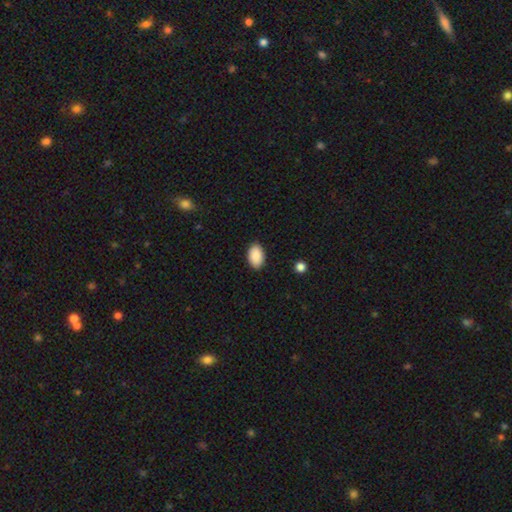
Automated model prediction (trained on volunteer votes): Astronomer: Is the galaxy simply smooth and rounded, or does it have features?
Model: smooth — 90%.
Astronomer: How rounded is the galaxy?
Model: in between — 92%.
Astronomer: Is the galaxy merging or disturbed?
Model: none — 88%.